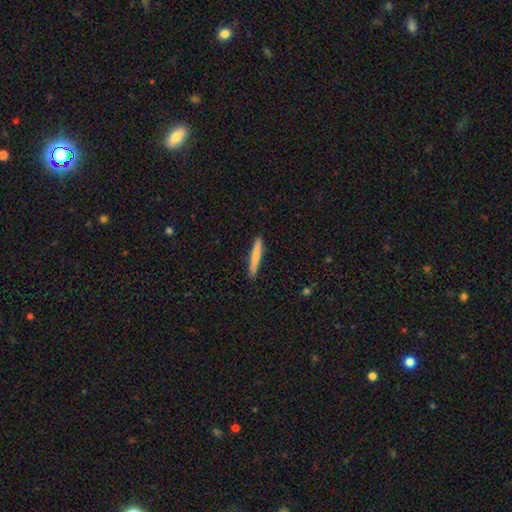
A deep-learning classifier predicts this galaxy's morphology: smooth-or-featured: smooth: 74% | featured or disk: 21% | star or artifact: 5%
  how-rounded: cigar-shaped: 95% | in between: 4% | round: 1%
  merging: none: 90% | minor disturbance: 7% | major disturbance: 1% | merger: 1%